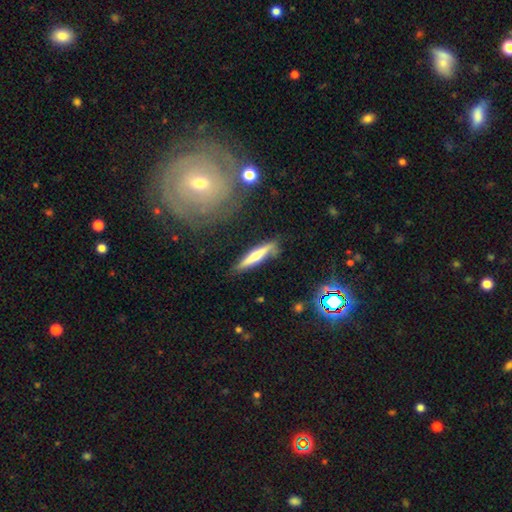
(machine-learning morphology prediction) type=featured or disk (48%); merging=none (81%).